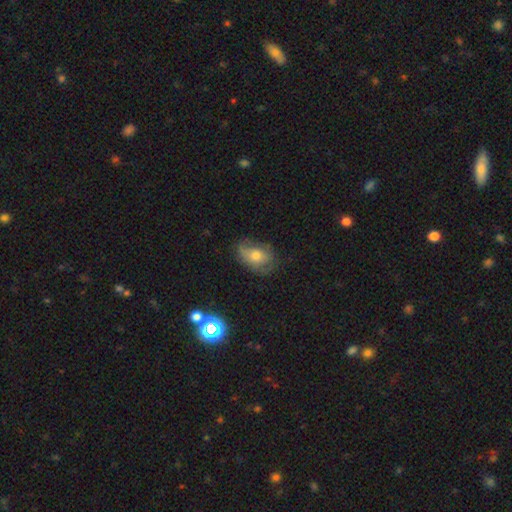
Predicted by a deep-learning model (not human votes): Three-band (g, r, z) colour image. It shows a smooth galaxy with no disk features (53%) that is in between round and cigar-shaped (77%). Merging: none (50%).